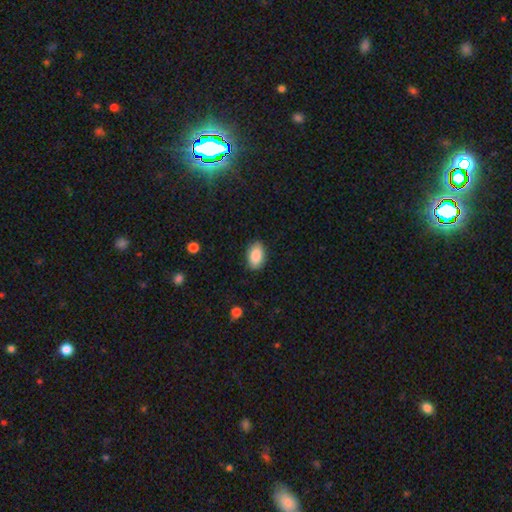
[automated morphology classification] type=smooth (88%); roundness=in between (92%); merging=none (87%).